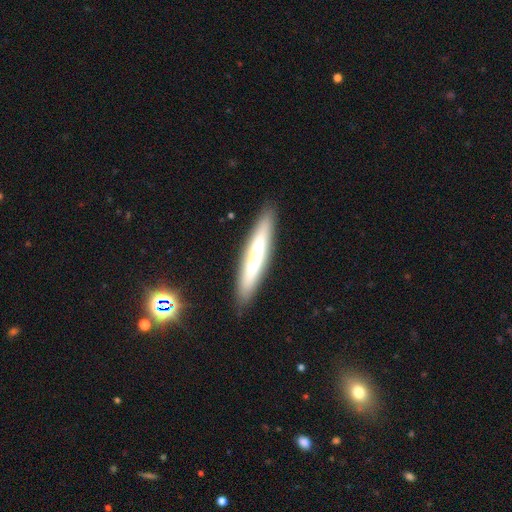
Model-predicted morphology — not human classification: A smooth galaxy with no disk features (57%) that is cigar-shaped (94%).

Vote fractions:
- Smooth or featured? smooth: 57% / featured or disk: 35% / star or artifact: 8%
- How rounded? cigar-shaped: 94% / in between: 5% / round: 1%
- Merging? none: 89% / minor disturbance: 8% / major disturbance: 2% / merger: 2%